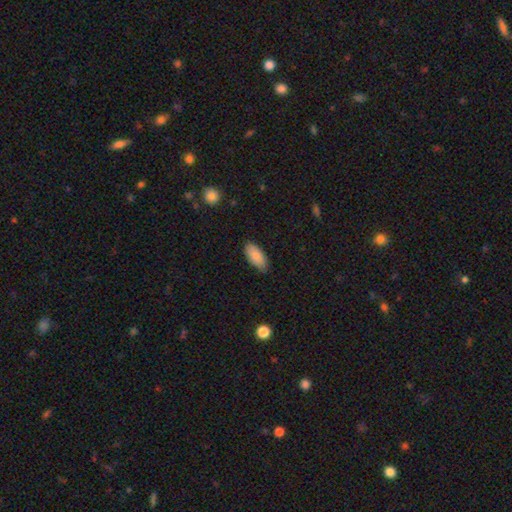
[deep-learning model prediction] A smooth galaxy with no disk features (88%) that is in between round and cigar-shaped (90%).

Vote fractions:
- Smooth or featured? smooth: 88% / star or artifact: 6% / featured or disk: 6%
- How rounded? in between: 90% / cigar-shaped: 8% / round: 2%
- Merging? none: 82% / minor disturbance: 15% / major disturbance: 2% / merger: 1%